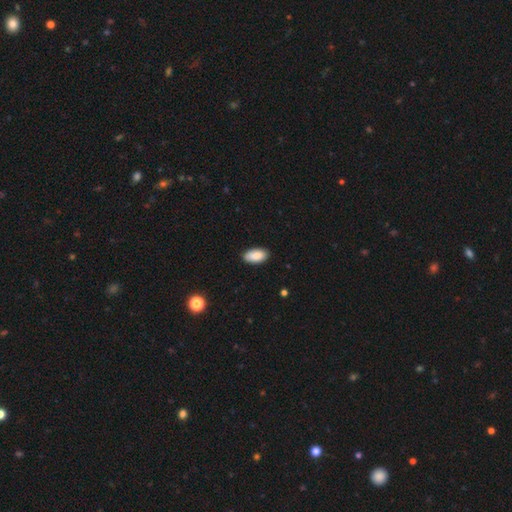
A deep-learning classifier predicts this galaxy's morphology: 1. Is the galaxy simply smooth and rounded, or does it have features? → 89% smooth, 7% star or artifact, 5% featured or disk.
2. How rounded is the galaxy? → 94% in between, 4% cigar-shaped, 2% round.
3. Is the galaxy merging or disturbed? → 86% none, 11% minor disturbance, 2% major disturbance, 1% merger.